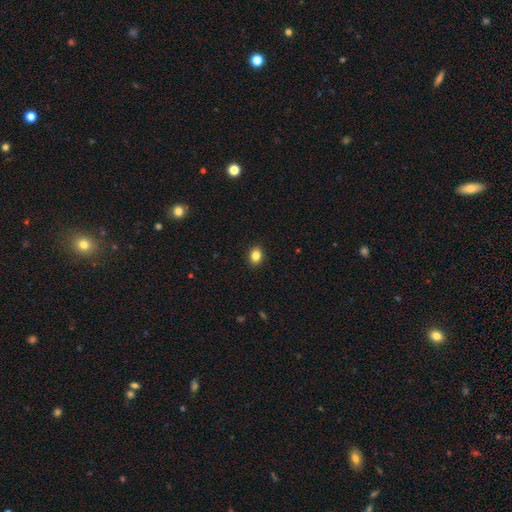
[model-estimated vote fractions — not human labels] Smooth or featured?
  - smooth: 85% *
  - star or artifact: 10%
  - featured or disk: 5%
How rounded?
  - in between: 53% *
  - round: 46%
  - cigar-shaped: 1%
Merging?
  - none: 91% *
  - minor disturbance: 6%
  - major disturbance: 2%
  - merger: 1%